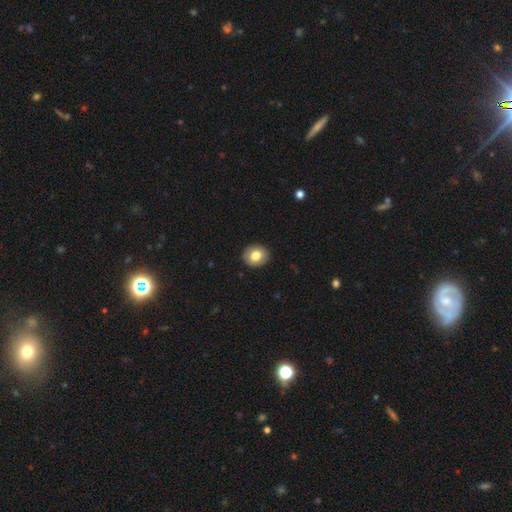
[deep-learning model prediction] This is likely a smooth galaxy (78%). How rounded: likely round (69%). Merging: clearly none (91%).